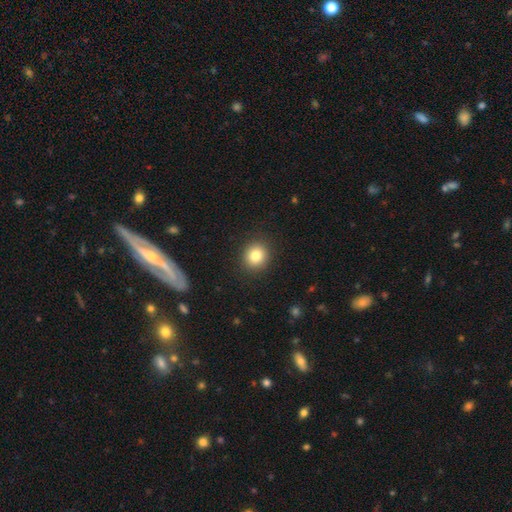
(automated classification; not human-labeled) This is clearly a smooth galaxy (82%). How rounded: clearly round (87%). Merging: clearly none (91%).